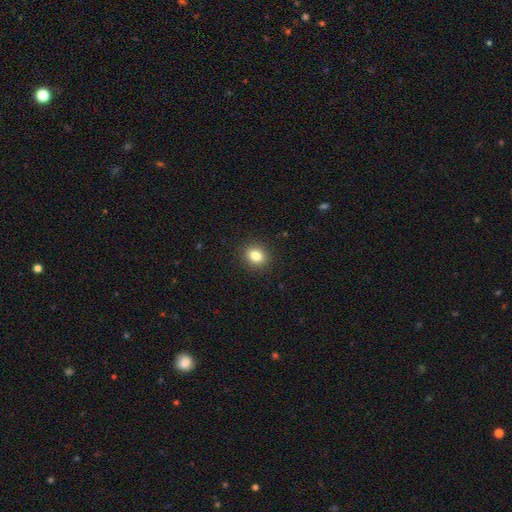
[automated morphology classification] The model was most divided on "how rounded": round: 58%, in between: 41%, cigar-shaped: 1%. More confident: merging — none (90%); smooth or featured — smooth (83%).